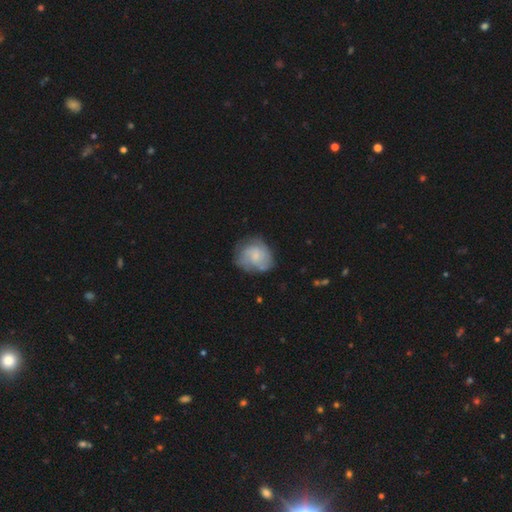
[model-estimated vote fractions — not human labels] A featured or disk galaxy (47%).

Vote fractions:
- Smooth or featured? featured or disk: 47% / smooth: 46% / star or artifact: 7%
- Merging? none: 62% / minor disturbance: 24% / major disturbance: 11% / merger: 3%